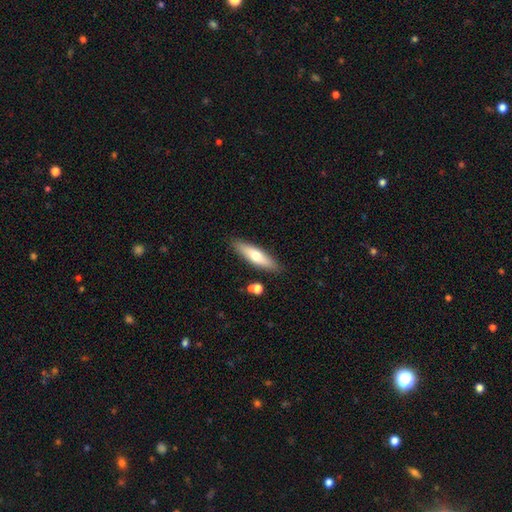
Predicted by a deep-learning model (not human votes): smooth_or_featured: smooth (p=0.58) [alt: featured or disk p=0.36]
how_rounded: cigar-shaped (p=0.69) [alt: in between p=0.30]
merging: none (p=0.86) [alt: minor disturbance p=0.09]